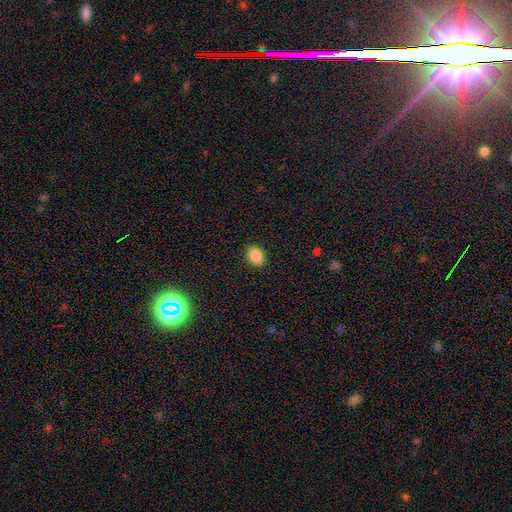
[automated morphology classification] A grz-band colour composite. It shows a smooth galaxy with no disk features (88%) that is in between round and cigar-shaped (79%). Merging: none (88%).